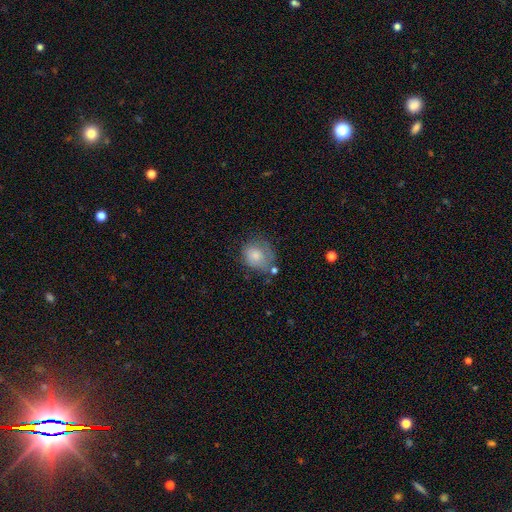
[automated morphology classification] smooth 73%, featured or disk 18%, star or artifact 8%. Down the decision tree: how rounded — round (65%); merging — none (46%).